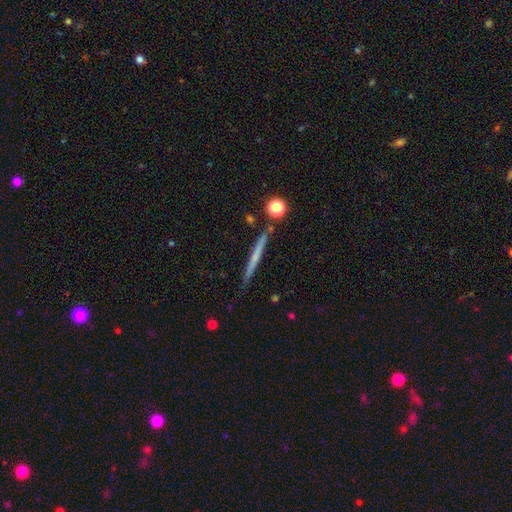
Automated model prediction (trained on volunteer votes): Smooth or featured? Predicted: featured or disk (p=0.47). Merging? Predicted: none (p=0.84).